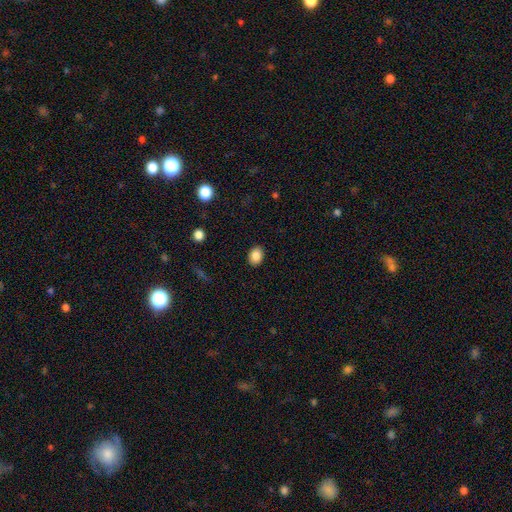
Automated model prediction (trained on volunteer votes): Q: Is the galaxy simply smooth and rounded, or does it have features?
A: smooth — 87%.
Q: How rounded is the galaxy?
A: in between — 63%.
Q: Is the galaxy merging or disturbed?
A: none — 89%.